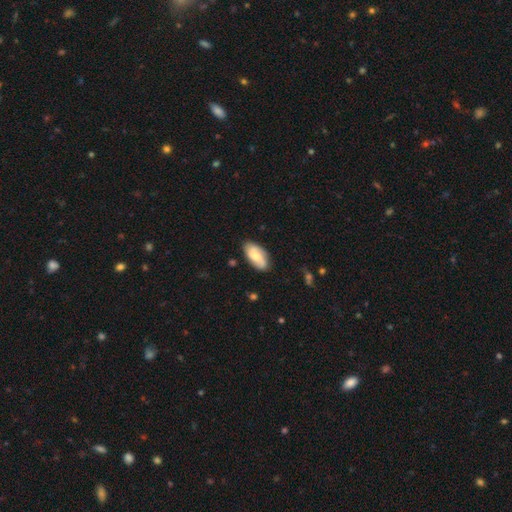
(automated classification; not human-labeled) smooth 55%, featured or disk 39%, star or artifact 6%. Down the decision tree: how rounded — in between (92%); merging — none (80%).